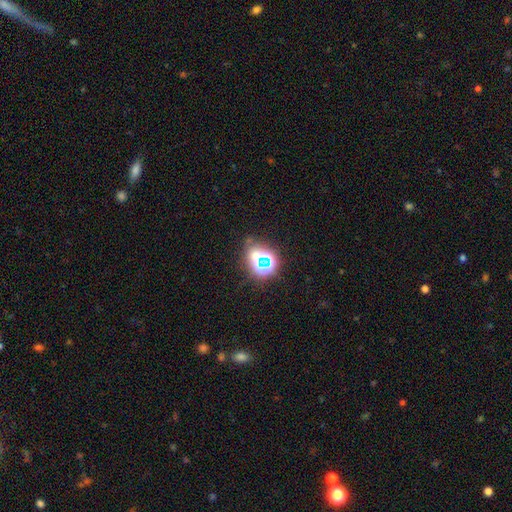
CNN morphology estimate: Smooth or featured: star or artifact — 63% (smooth — 26%)